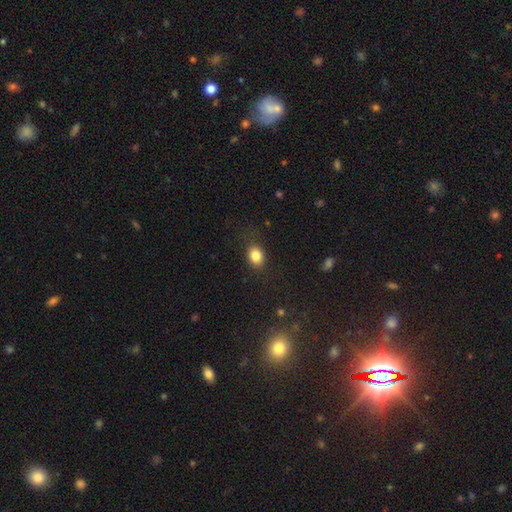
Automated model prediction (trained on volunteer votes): smooth-or-featured: smooth: 84% | star or artifact: 10% | featured or disk: 6%
  how-rounded: in between: 55% | round: 44% | cigar-shaped: 1%
  merging: none: 80% | minor disturbance: 14% | major disturbance: 5% | merger: 1%